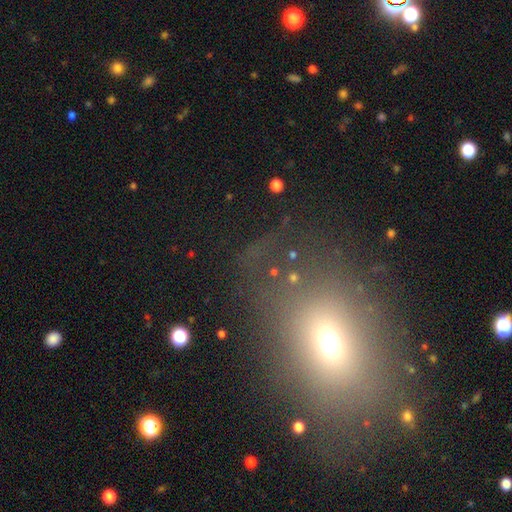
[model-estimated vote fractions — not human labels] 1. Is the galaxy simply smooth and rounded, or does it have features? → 48% smooth, 35% star or artifact, 17% featured or disk.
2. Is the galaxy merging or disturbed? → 67% none, 15% minor disturbance, 13% major disturbance, 5% merger.